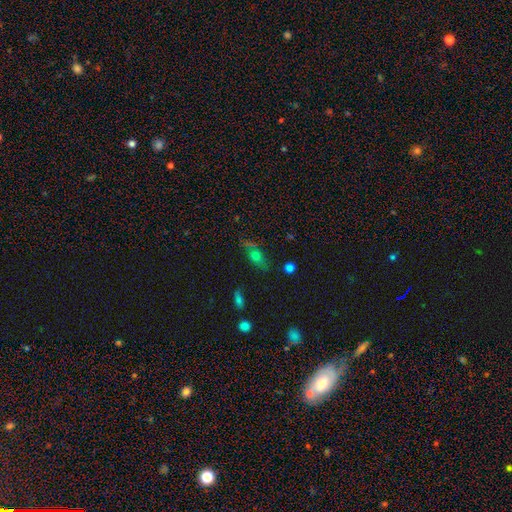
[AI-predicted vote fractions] This appears to be a smooth galaxy with no disk features (62%) that is in between round and cigar-shaped (68%). Merging: none (59%).